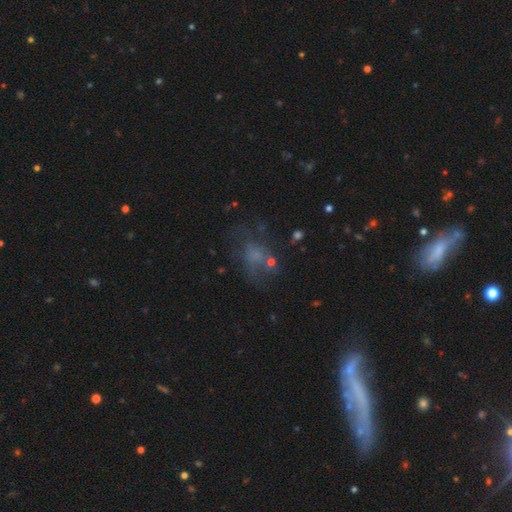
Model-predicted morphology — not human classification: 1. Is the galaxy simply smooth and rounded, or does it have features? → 44% smooth, 33% featured or disk, 23% star or artifact.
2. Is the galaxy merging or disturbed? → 47% none, 25% major disturbance, 20% minor disturbance, 7% merger.